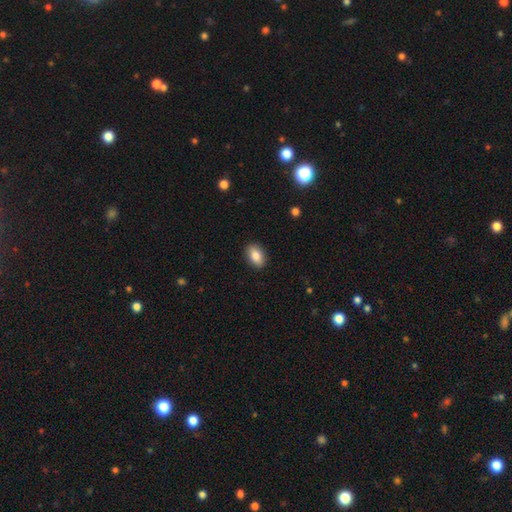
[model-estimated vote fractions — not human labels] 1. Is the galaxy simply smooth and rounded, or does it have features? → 85% smooth, 8% featured or disk, 7% star or artifact.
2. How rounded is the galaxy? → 89% in between, 9% round, 2% cigar-shaped.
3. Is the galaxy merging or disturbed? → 89% none, 8% minor disturbance, 2% major disturbance, 1% merger.